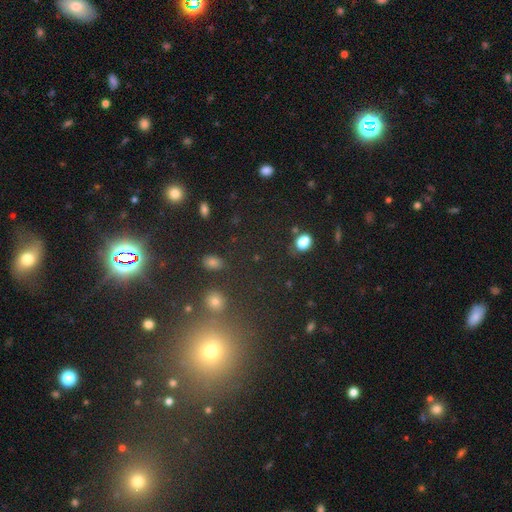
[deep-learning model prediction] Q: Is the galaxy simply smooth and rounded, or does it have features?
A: star or artifact — 56%.